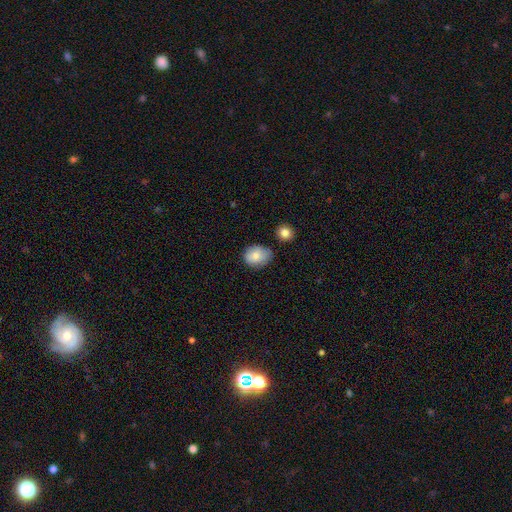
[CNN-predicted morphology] Q: Smooth or featured?
A: smooth (81%); runner-up: featured or disk (11%)
Q: How rounded?
A: in between (59%); runner-up: round (40%)
Q: Merging?
A: none (62%); runner-up: minor disturbance (27%)